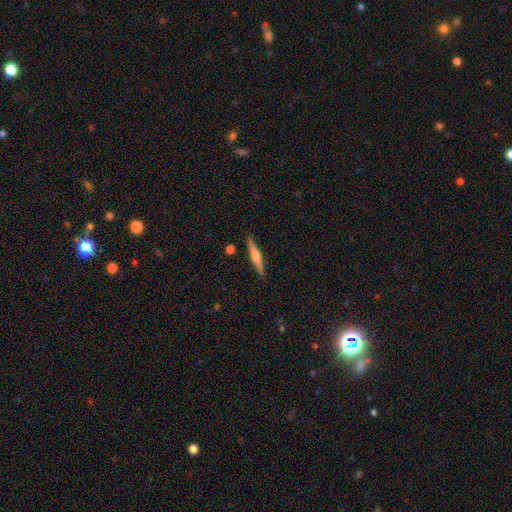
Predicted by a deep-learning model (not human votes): Morphology: type=featured or disk (55%); edge-on=yes (97%); edge-on bulge=rounded (73%); merging=none (90%).